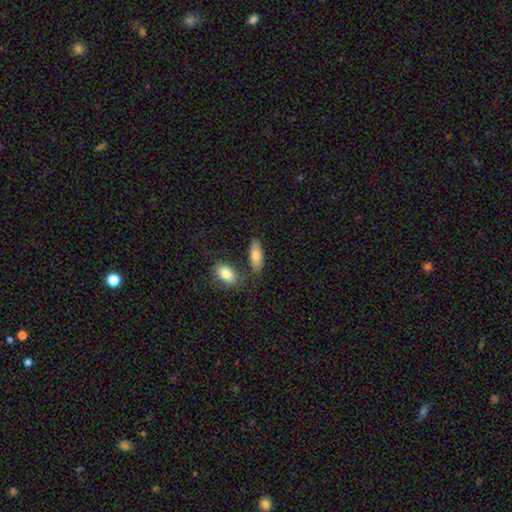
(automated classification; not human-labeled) Smooth or featured: smooth — 78% (featured or disk — 16%)
How rounded: in between — 75% (cigar-shaped — 22%)
Merging: none — 66% (merger — 15%)